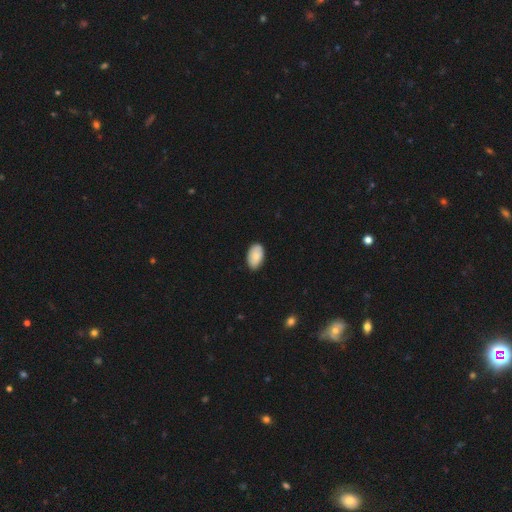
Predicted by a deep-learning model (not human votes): The model was most divided on "merging": none: 85%, minor disturbance: 12%, major disturbance: 2%, merger: 1%. More confident: how rounded — in between (95%); smooth or featured — smooth (85%).